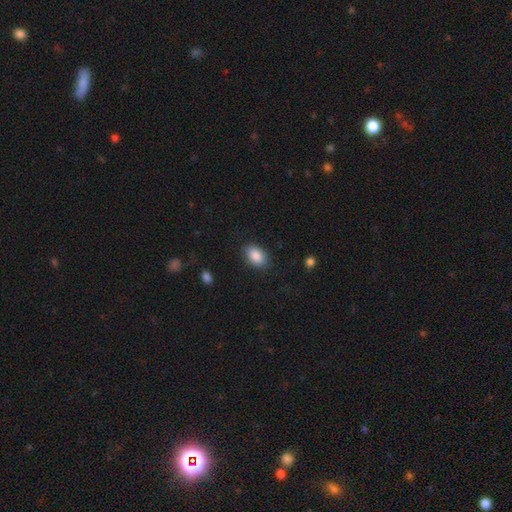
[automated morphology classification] This is clearly a smooth galaxy (88%). How rounded: clearly in between (89%). Merging: clearly none (86%).